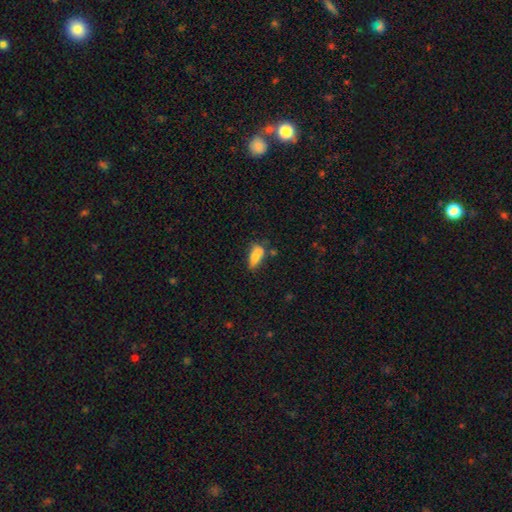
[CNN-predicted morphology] A smooth galaxy with no disk features (69%) that is in between round and cigar-shaped (82%).

Vote fractions:
- Smooth or featured? smooth: 69% / featured or disk: 21% / star or artifact: 9%
- How rounded? in between: 82% / cigar-shaped: 11% / round: 7%
- Merging? none: 36% / merger: 35% / minor disturbance: 20% / major disturbance: 9%